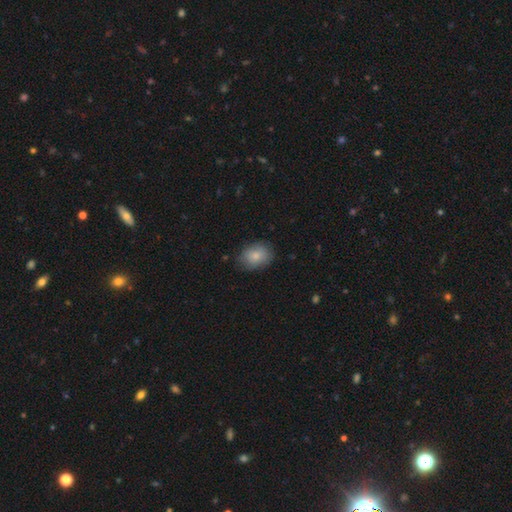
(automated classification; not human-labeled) Morphology: type=smooth (81%); roundness=in between (62%); merging=none (78%).